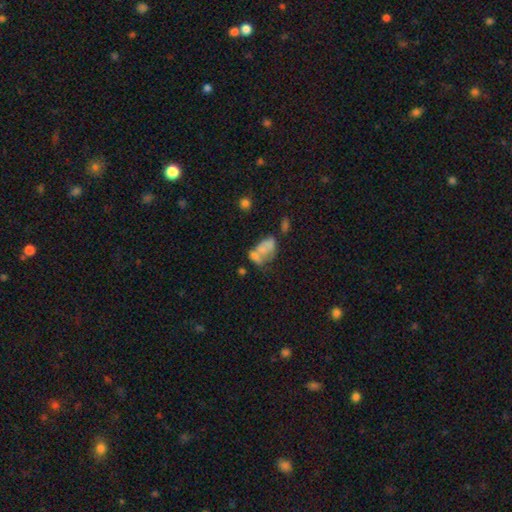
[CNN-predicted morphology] Smooth or featured?
  - smooth: 59% *
  - featured or disk: 29%
  - star or artifact: 12%
How rounded?
  - in between: 83% *
  - round: 15%
  - cigar-shaped: 2%
Merging?
  - merger: 49% *
  - none: 19%
  - major disturbance: 17%
  - minor disturbance: 14%